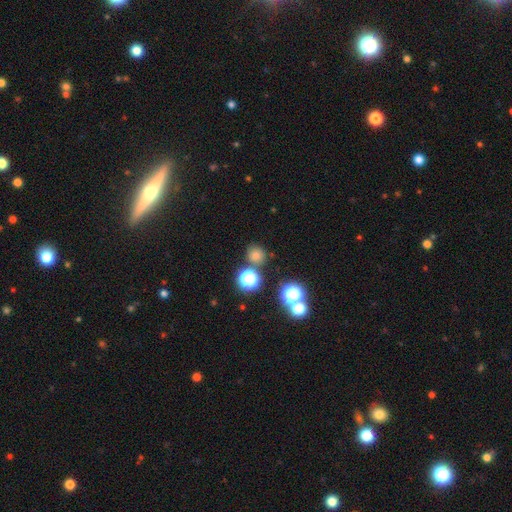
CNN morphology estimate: Smooth or featured?
  - smooth: 71% *
  - star or artifact: 24%
  - featured or disk: 6%
How rounded?
  - round: 88% *
  - in between: 11%
  - cigar-shaped: 1%
Merging?
  - none: 77% *
  - minor disturbance: 10%
  - merger: 10%
  - major disturbance: 4%